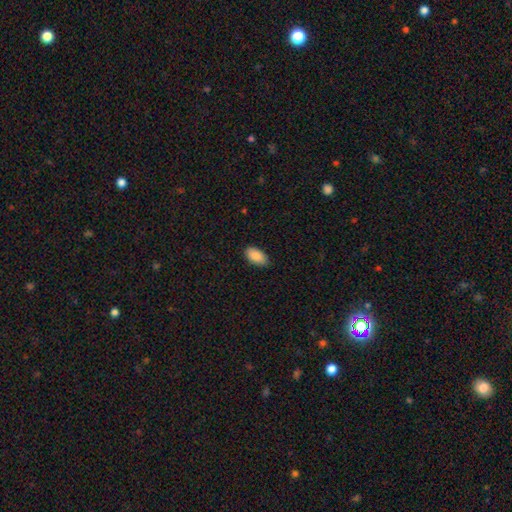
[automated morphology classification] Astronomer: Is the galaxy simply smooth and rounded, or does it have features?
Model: smooth — 89%.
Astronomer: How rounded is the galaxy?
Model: in between — 95%.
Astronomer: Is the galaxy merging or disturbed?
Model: none — 86%.